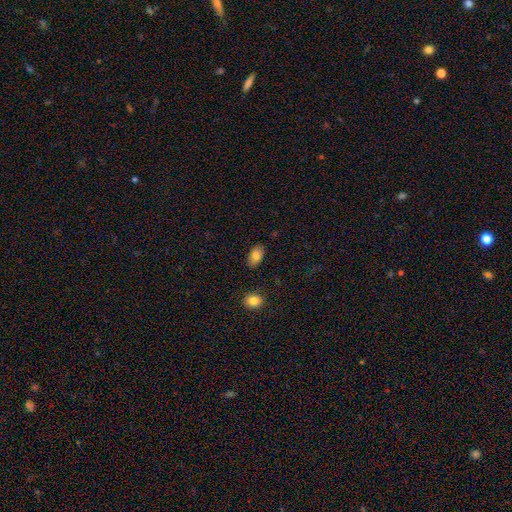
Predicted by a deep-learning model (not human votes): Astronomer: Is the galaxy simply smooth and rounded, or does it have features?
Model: smooth — 83%.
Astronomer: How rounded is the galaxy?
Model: in between — 92%.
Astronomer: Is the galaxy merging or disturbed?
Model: none — 83%.